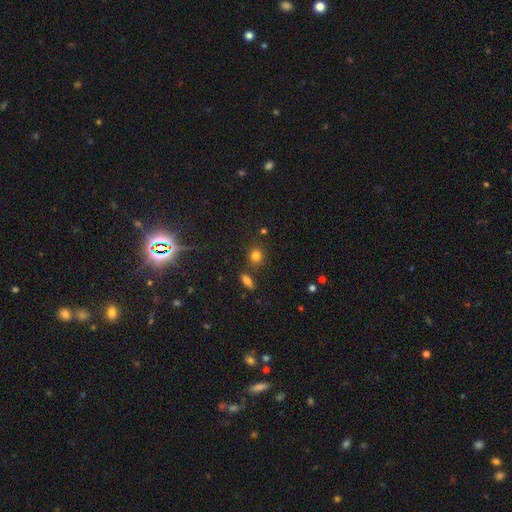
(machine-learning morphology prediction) smooth_or_featured: smooth (p=0.79) [alt: star or artifact p=0.14]
how_rounded: round (p=0.75) [alt: in between p=0.23]
merging: none (p=0.76) [alt: minor disturbance p=0.11]